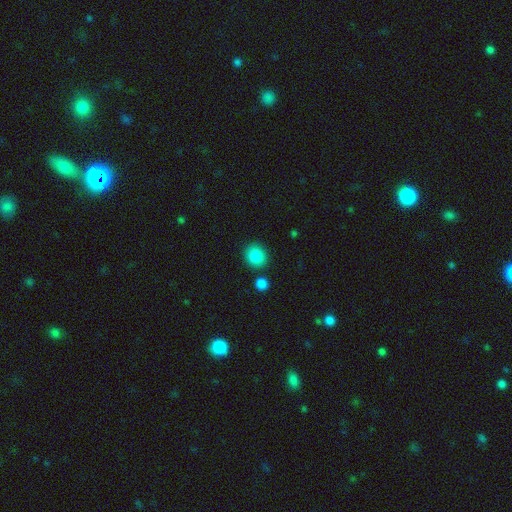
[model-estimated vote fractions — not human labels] smooth 87%, star or artifact 9%, featured or disk 4%. Down the decision tree: how rounded — round (81%); merging — none (83%).